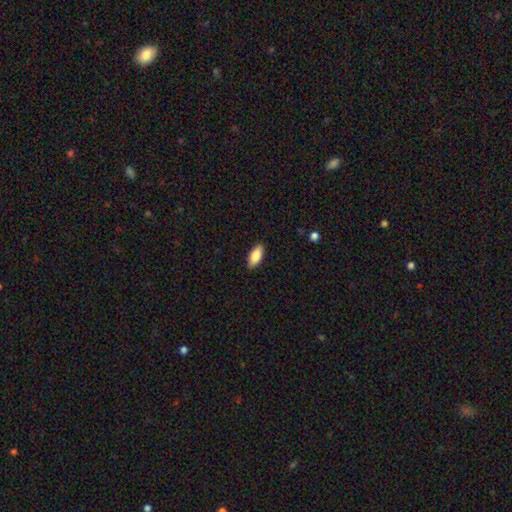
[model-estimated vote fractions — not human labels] smooth-or-featured: smooth: 85% | featured or disk: 9% | star or artifact: 6%
  how-rounded: in between: 86% | cigar-shaped: 12% | round: 2%
  merging: none: 88% | minor disturbance: 9% | major disturbance: 2% | merger: 1%